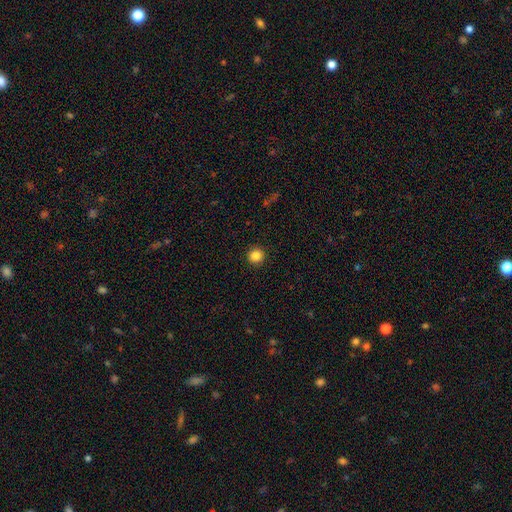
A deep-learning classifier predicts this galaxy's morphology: A smooth galaxy with no disk features (86%) that is round (94%).

Vote fractions:
- Smooth or featured? smooth: 86% / star or artifact: 10% / featured or disk: 4%
- How rounded? round: 94% / in between: 5% / cigar-shaped: 1%
- Merging? none: 93% / minor disturbance: 5% / major disturbance: 2% / merger: 1%